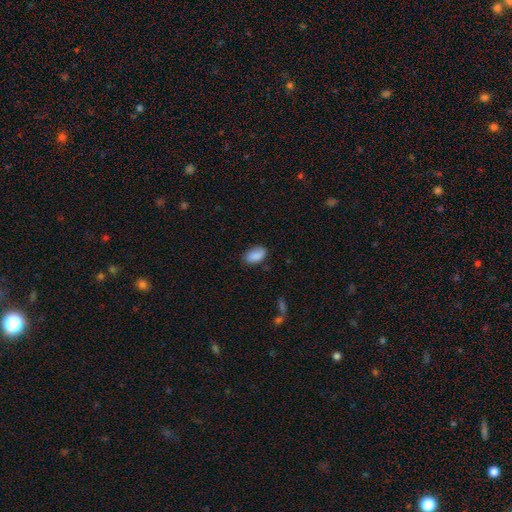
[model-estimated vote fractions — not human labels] This appears to be a smooth galaxy with no disk features (87%) that is in between round and cigar-shaped (93%). Merging: none (77%).